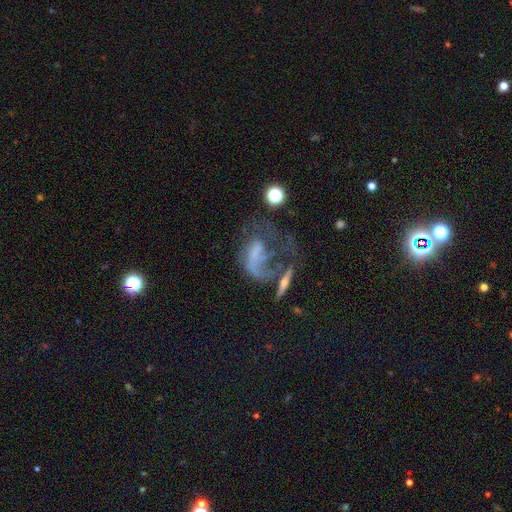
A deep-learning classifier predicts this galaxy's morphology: Smooth or featured: featured or disk — 62% (smooth — 24%)
Edge-on disk: no — 94% (yes — 6%)
Bar: no — 70% (weak — 22%)
Spiral arms: yes — 51% (no — 49%)
Bulge size: none — 58% (small — 22%)
Merging: major disturbance — 53% (none — 19%)